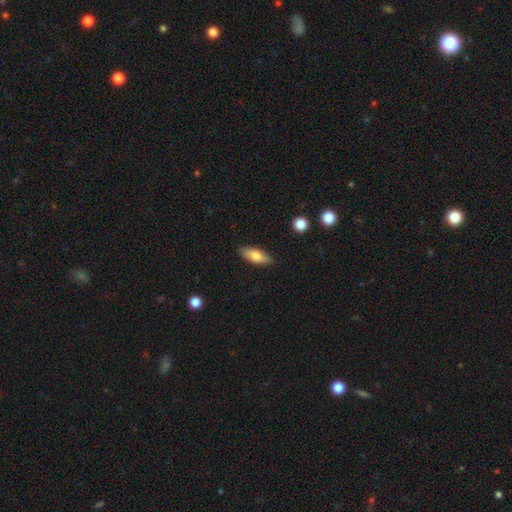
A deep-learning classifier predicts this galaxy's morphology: smooth 77%, featured or disk 17%, star or artifact 6%. Down the decision tree: how rounded — in between (72%); merging — none (86%).